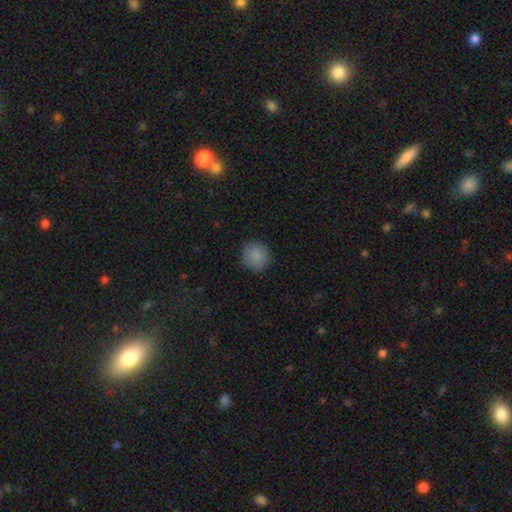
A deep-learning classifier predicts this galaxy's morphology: The model was most divided on "merging": none: 87%, minor disturbance: 9%, major disturbance: 2%, merger: 1%. More confident: how rounded — round (90%); smooth or featured — smooth (87%).